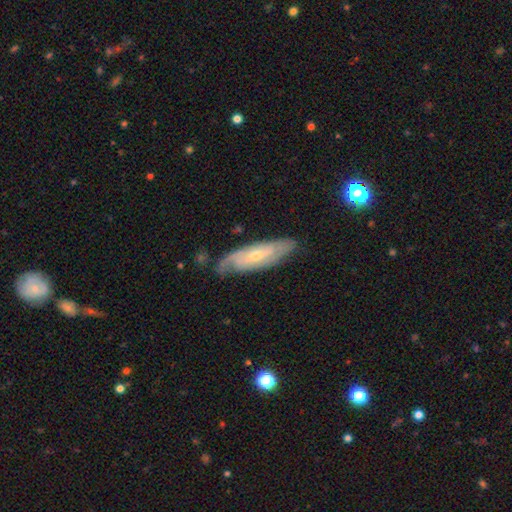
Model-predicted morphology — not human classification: Overall: featured or disk (76%). Edge-on disk: no (80%). Bar: weak (43%; no 37%). Spiral arms: yes (91%). Spiral arm count: 2 (50%; can't tell 31%). Spiral winding: tight (48%; medium 37%). Bulge size: small (55%; moderate 41%). Merging: none (72%).